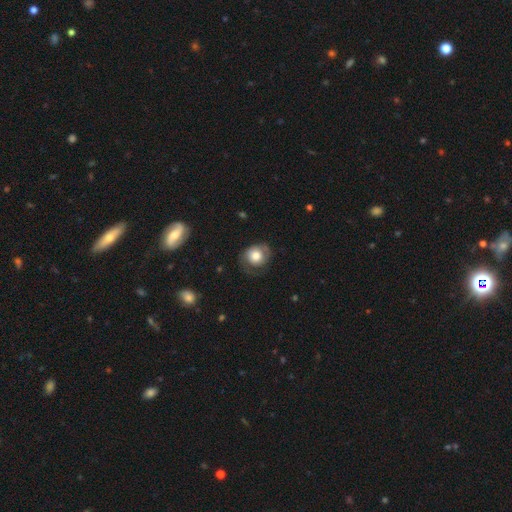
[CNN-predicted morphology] A smooth galaxy with no disk features (64%) that is round (75%).

Vote fractions:
- Smooth or featured? smooth: 64% / featured or disk: 28% / star or artifact: 8%
- How rounded? round: 75% / in between: 24% / cigar-shaped: 1%
- Merging? none: 57% / minor disturbance: 25% / major disturbance: 16% / merger: 1%